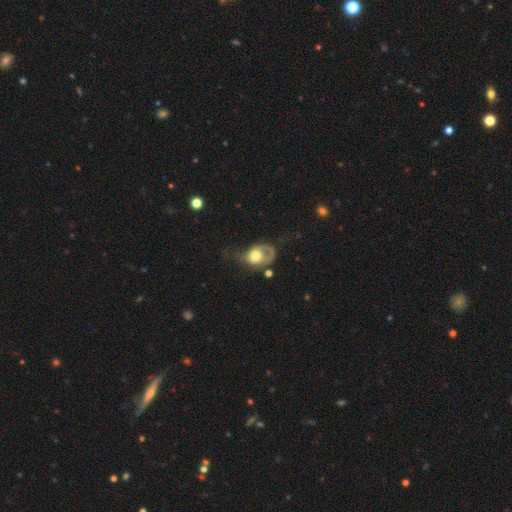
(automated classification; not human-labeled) A smooth galaxy with no disk features (48%). Merging: major disturbance (43%).